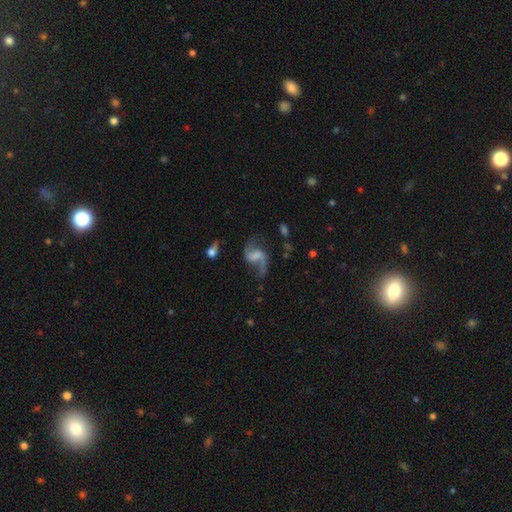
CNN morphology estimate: Smooth or featured? Predicted: featured or disk (p=0.86). Edge-on disk? Predicted: no (p=0.98). Bar? Predicted: weak (p=0.47). Spiral arms? Predicted: yes (p=0.96). Spiral winding? Predicted: loose (p=0.72). Spiral arm count? Predicted: 2 (p=0.91). Bulge size? Predicted: none (p=0.56). Merging? Predicted: none (p=0.67).